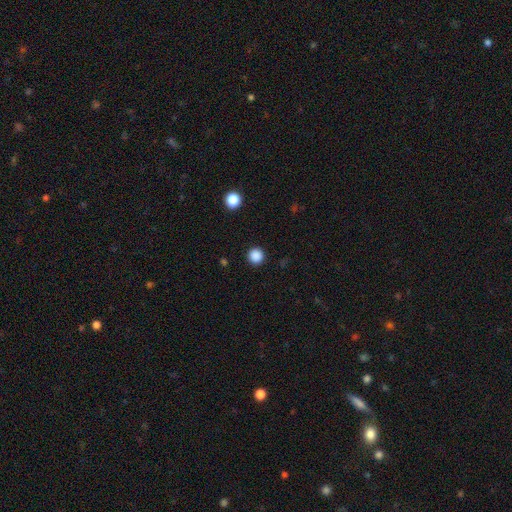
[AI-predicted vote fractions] smooth-or-featured: smooth: 87% | star or artifact: 11% | featured or disk: 2%
  how-rounded: round: 96% | in between: 3% | cigar-shaped: 1%
  merging: none: 93% | minor disturbance: 4% | major disturbance: 2% | merger: 1%